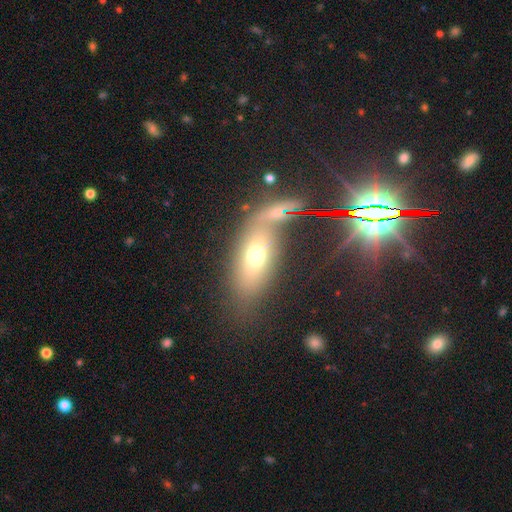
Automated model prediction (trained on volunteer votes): smooth_or_featured: smooth (p=0.59) [alt: featured or disk p=0.25]
how_rounded: in between (p=0.78) [alt: cigar-shaped p=0.16]
merging: none (p=0.56) [alt: merger p=0.21]